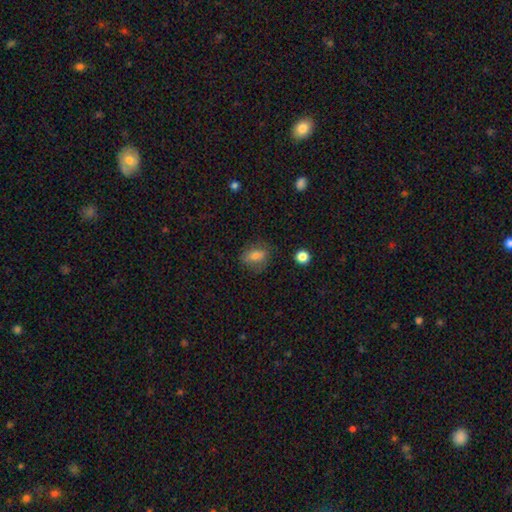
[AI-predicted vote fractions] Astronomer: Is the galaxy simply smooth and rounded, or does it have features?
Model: smooth — 74%.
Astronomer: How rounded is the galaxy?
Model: in between — 73%.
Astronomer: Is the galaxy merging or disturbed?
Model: none — 73%.